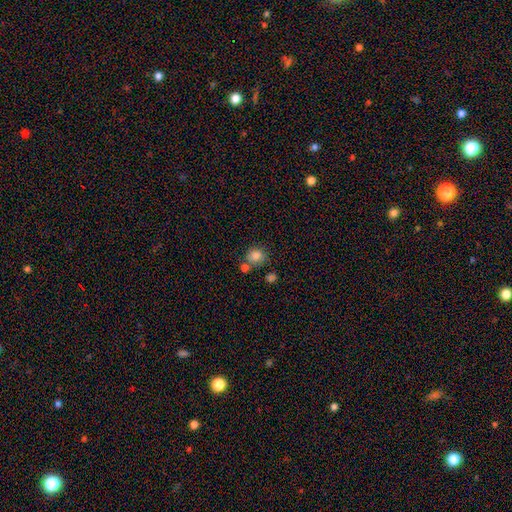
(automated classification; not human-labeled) smooth-or-featured: smooth: 82% | star or artifact: 11% | featured or disk: 7%
  how-rounded: round: 77% | in between: 22% | cigar-shaped: 1%
  merging: none: 63% | merger: 18% | minor disturbance: 14% | major disturbance: 5%